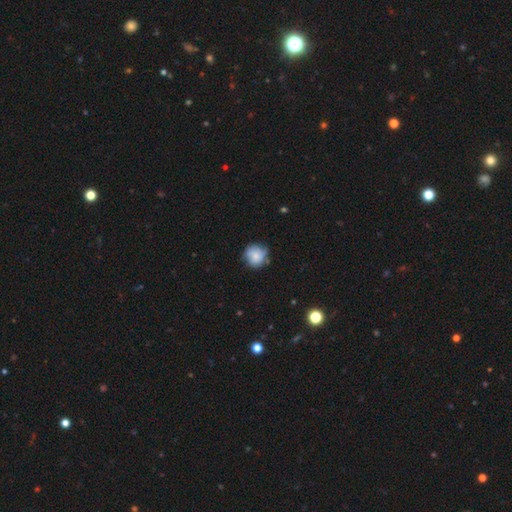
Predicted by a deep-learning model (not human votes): This is likely a smooth galaxy (68%). How rounded: clearly round (88%). Merging: likely none (67%).